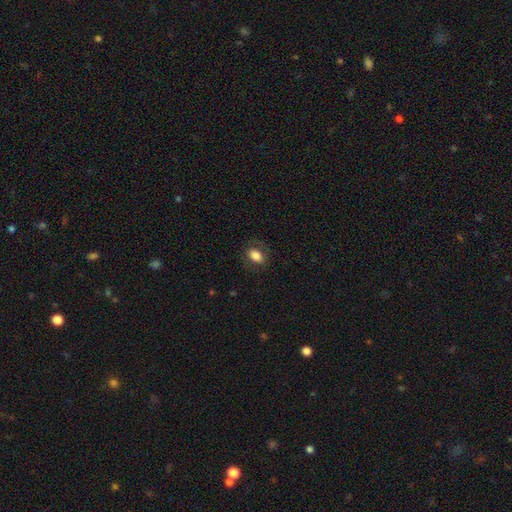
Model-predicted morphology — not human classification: The model was most divided on "merging": none: 80%, minor disturbance: 13%, major disturbance: 6%, merger: 1%. More confident: how rounded — in between (83%); smooth or featured — smooth (80%).